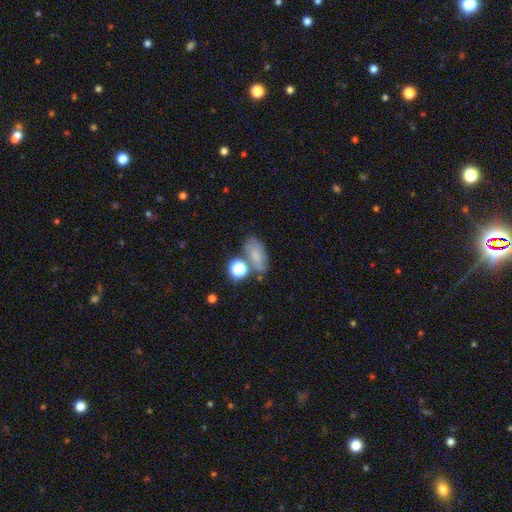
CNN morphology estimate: smooth_or_featured: smooth (p=0.70) [alt: featured or disk p=0.16]
how_rounded: in between (p=0.81) [alt: round p=0.14]
merging: none (p=0.52) [alt: minor disturbance p=0.20]